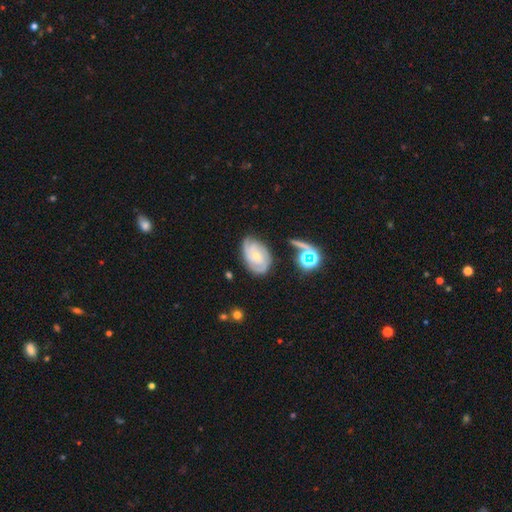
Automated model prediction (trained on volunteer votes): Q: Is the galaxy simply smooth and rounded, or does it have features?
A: featured or disk — 72%.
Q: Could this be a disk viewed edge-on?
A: no — 96%.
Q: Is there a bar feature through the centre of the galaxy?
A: no — 74%.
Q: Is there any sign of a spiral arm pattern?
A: yes — 91%.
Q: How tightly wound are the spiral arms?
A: tight — 58%.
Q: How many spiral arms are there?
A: can't tell — 29%.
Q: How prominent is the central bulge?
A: small — 60%.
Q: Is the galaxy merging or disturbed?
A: none — 65%.